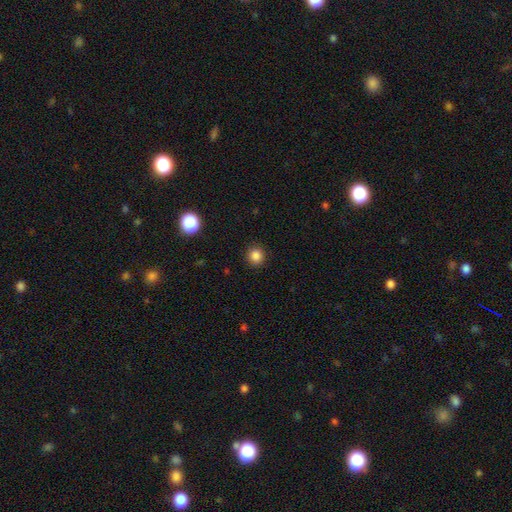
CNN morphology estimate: smooth_or_featured: smooth (p=0.85) [alt: star or artifact p=0.12]
how_rounded: round (p=0.89) [alt: in between p=0.11]
merging: none (p=0.91) [alt: minor disturbance p=0.06]